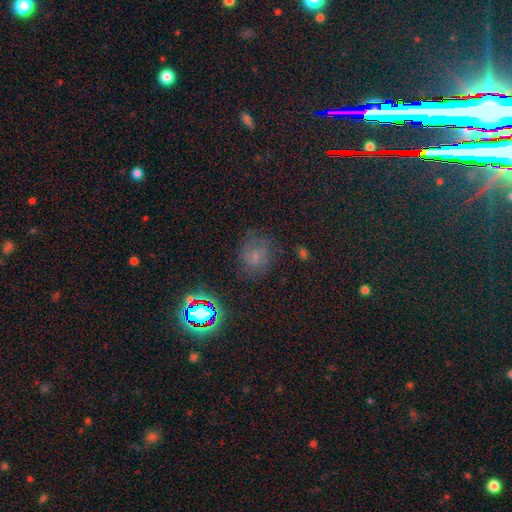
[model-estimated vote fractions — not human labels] smooth-or-featured: smooth: 39% | star or artifact: 32% | featured or disk: 29%
  merging: none: 66% | minor disturbance: 21% | major disturbance: 11% | merger: 2%